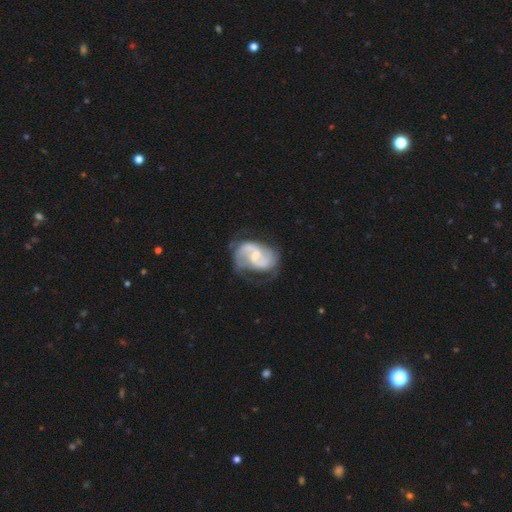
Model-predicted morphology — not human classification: Smooth or featured? featured or disk (84%)
Edge-on disk? no (98%)
Bar? weak (52%)
Spiral arms? yes (94%)
Spiral winding? medium (49%)
Spiral arm count? 2 (80%)
Bulge size? small (53%)
Merging? none (57%)